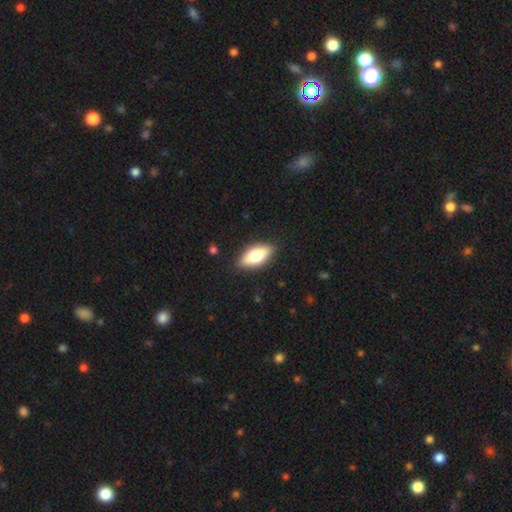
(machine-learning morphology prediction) type=smooth (70%); roundness=in between (81%); merging=none (87%).